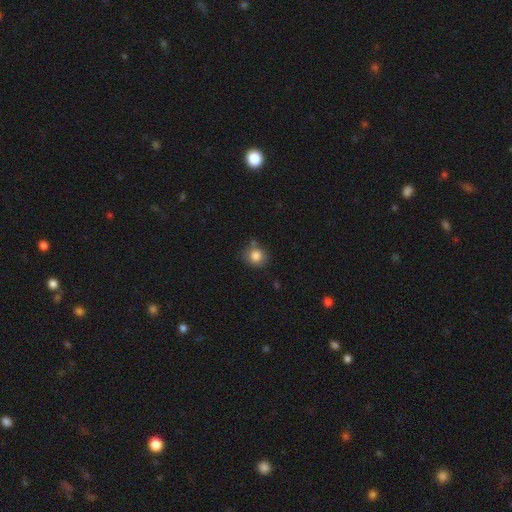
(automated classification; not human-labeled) smooth-or-featured: smooth: 84% | star or artifact: 10% | featured or disk: 7%
  how-rounded: round: 81% | in between: 18% | cigar-shaped: 1%
  merging: none: 71% | minor disturbance: 18% | merger: 7% | major disturbance: 4%